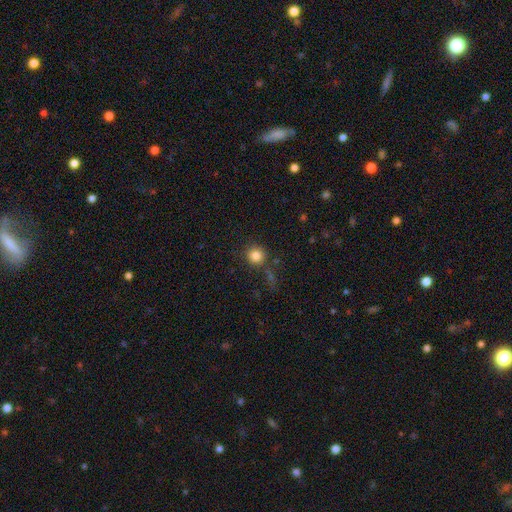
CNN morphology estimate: Overall: smooth (83%). How rounded: round (93%). Merging: none (81%).